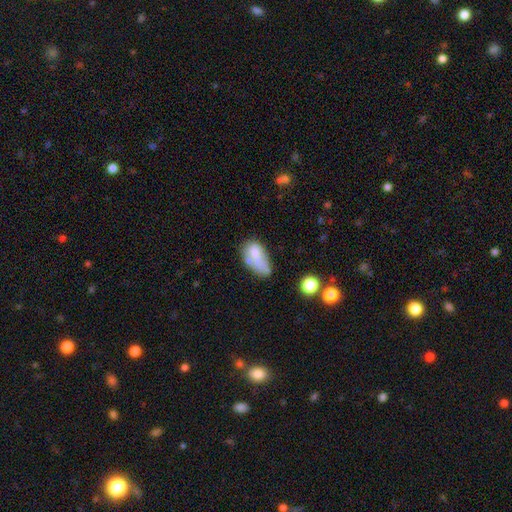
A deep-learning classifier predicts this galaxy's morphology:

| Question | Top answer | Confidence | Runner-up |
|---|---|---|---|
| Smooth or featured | smooth | 64% | featured or disk (26%) |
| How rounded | in between | 89% | cigar-shaped (6%) |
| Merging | none | 30% | tied: minor disturbance (30%) |